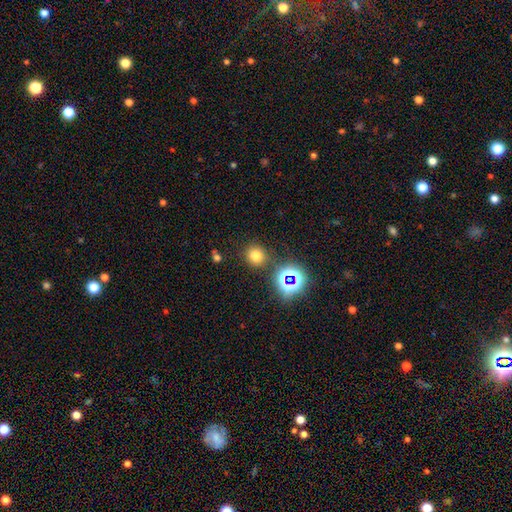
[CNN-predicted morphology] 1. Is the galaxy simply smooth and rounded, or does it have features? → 71% smooth, 23% star or artifact, 7% featured or disk.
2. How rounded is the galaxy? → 86% round, 13% in between, 1% cigar-shaped.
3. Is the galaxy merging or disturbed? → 82% none, 9% minor disturbance, 6% merger, 3% major disturbance.